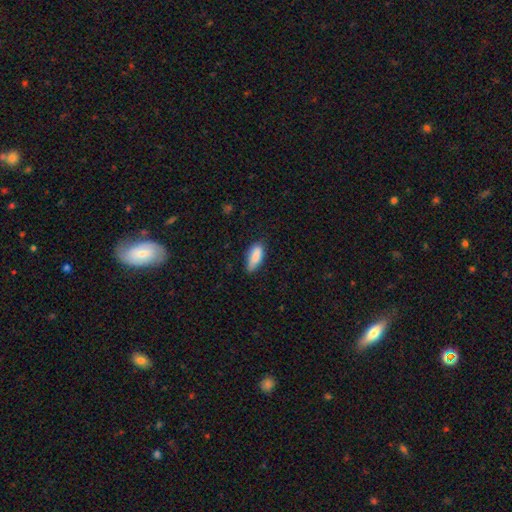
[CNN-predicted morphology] The model was most divided on "merging": none: 64%, minor disturbance: 29%, major disturbance: 5%, merger: 2%. More confident: smooth or featured — smooth (85%); how rounded — in between (73%).